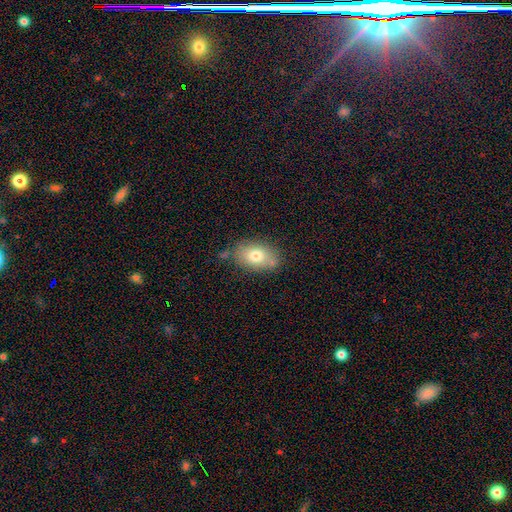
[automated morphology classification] Smooth or featured? Predicted: smooth (p=0.75). How rounded? Predicted: in between (p=0.84). Merging? Predicted: none (p=0.71).